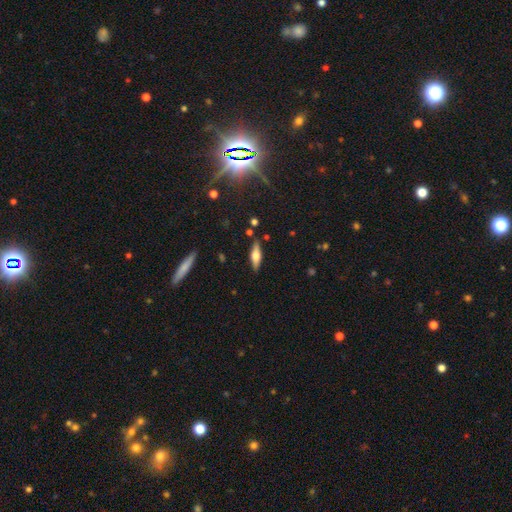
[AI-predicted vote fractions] Q: Smooth or featured?
A: smooth (48%); runner-up: featured or disk (45%)
Q: Merging?
A: none (85%); runner-up: minor disturbance (10%)